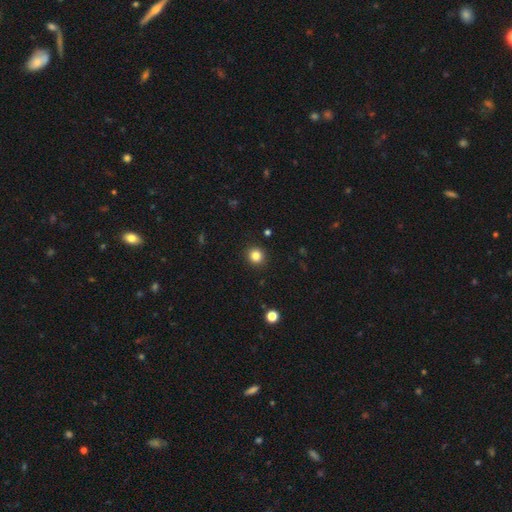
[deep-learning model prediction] smooth_or_featured: smooth (p=0.84) [alt: star or artifact p=0.12]
how_rounded: round (p=0.92) [alt: in between p=0.07]
merging: none (p=0.92) [alt: minor disturbance p=0.05]